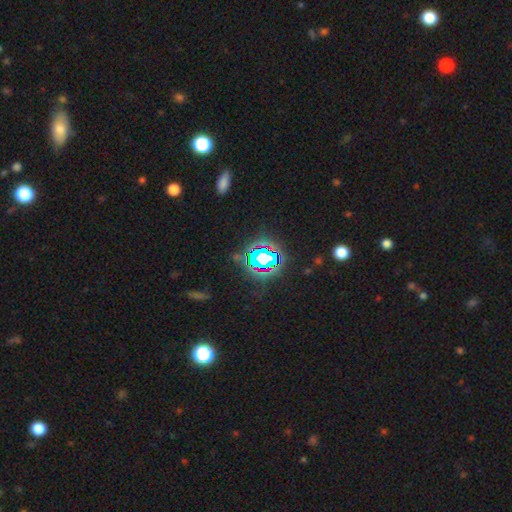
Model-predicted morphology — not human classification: star or artifact 79%, smooth 14%, featured or disk 8%.